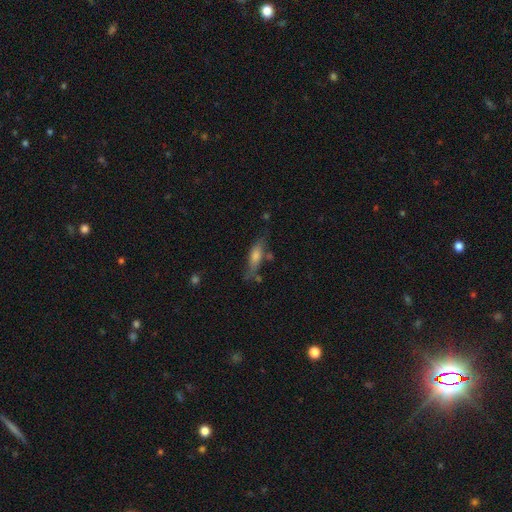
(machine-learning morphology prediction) Smooth or featured? smooth (53%)
How rounded? cigar-shaped (61%)
Merging? none (65%)